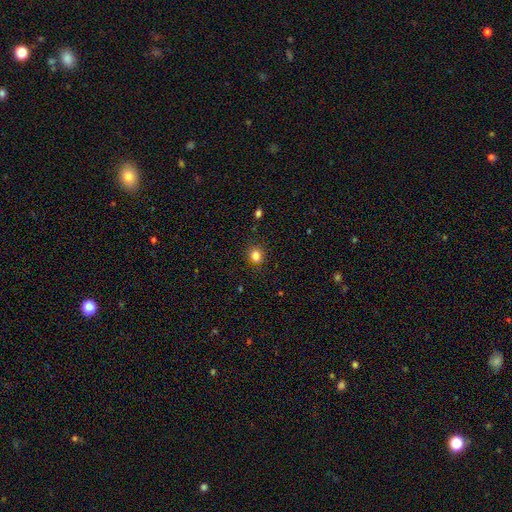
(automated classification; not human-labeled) A smooth galaxy with no disk features (83%) that is round (66%). Merging: none (88%).